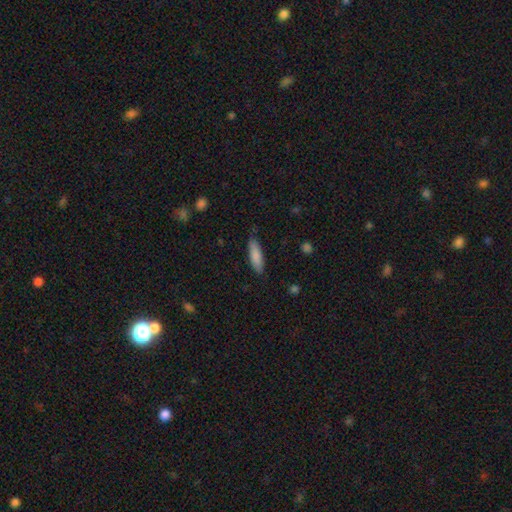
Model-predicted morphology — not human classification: A smooth galaxy with no disk features (84%) that is cigar-shaped (57%). Merging: none (82%).